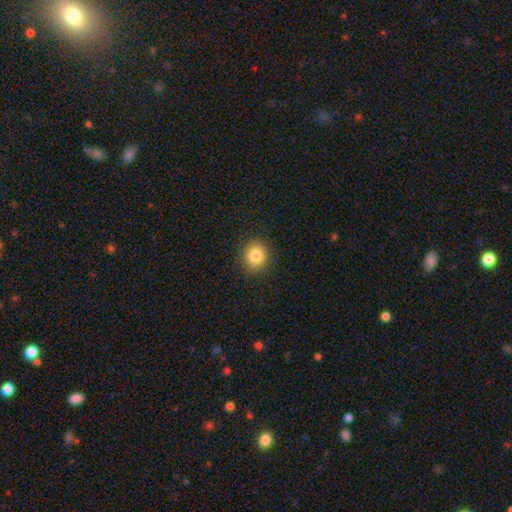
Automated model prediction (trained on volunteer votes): Smooth or featured? Predicted: smooth (p=0.83). How rounded? Predicted: round (p=0.79). Merging? Predicted: none (p=0.89).